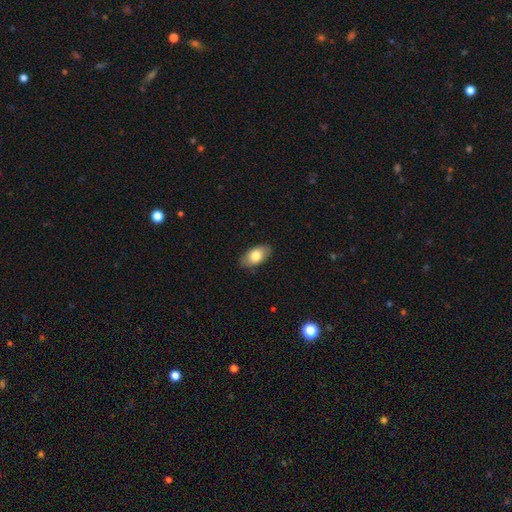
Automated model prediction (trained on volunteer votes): Smooth or featured? Predicted: smooth (p=0.78). How rounded? Predicted: in between (p=0.93). Merging? Predicted: none (p=0.86).